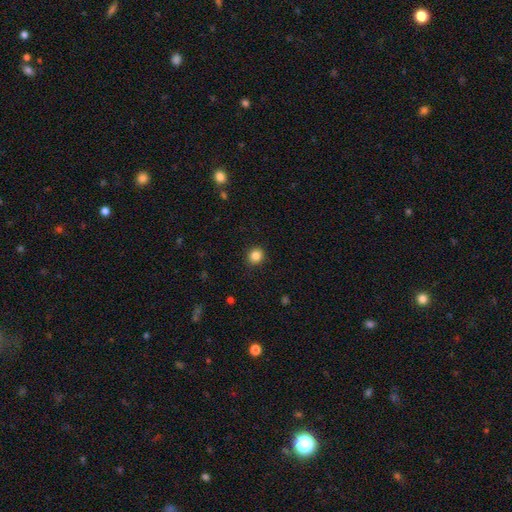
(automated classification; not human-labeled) A smooth galaxy with no disk features (85%) that is round (86%).

Vote fractions:
- Smooth or featured? smooth: 85% / star or artifact: 11% / featured or disk: 4%
- How rounded? round: 86% / in between: 13% / cigar-shaped: 1%
- Merging? none: 90% / minor disturbance: 7% / major disturbance: 2% / merger: 1%